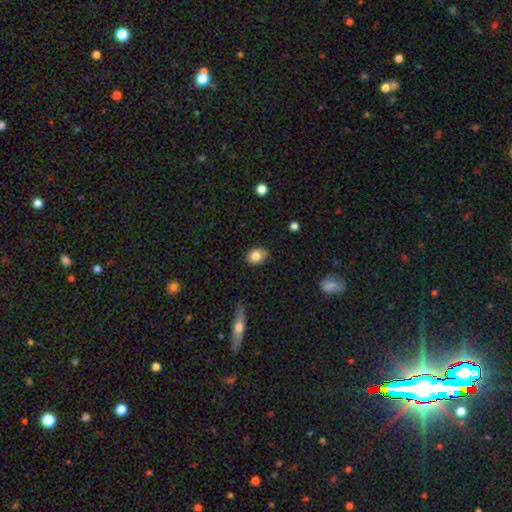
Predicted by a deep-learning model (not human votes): Q: Smooth or featured?
A: smooth (82%); runner-up: star or artifact (9%)
Q: How rounded?
A: in between (66%); runner-up: round (33%)
Q: Merging?
A: none (82%); runner-up: minor disturbance (14%)